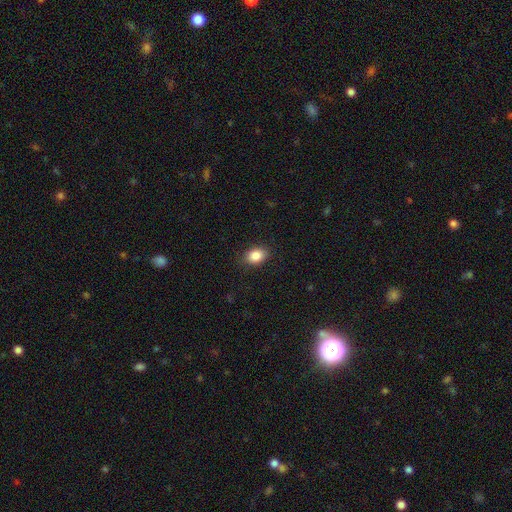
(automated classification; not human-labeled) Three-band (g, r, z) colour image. It shows a smooth galaxy with no disk features (87%) that is in between round and cigar-shaped (75%). Merging: none (87%).